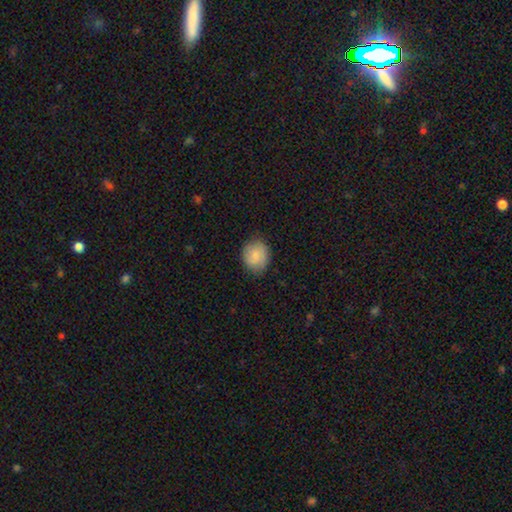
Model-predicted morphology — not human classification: Smooth or featured? smooth (83%)
How rounded? round (70%)
Merging? none (82%)